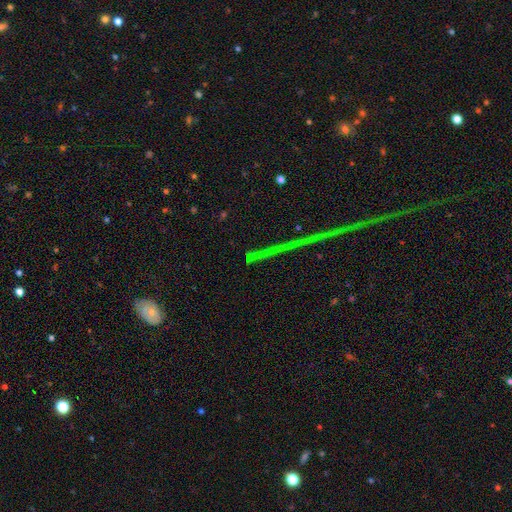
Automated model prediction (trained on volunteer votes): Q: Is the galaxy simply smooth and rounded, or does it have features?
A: star or artifact — 76%.